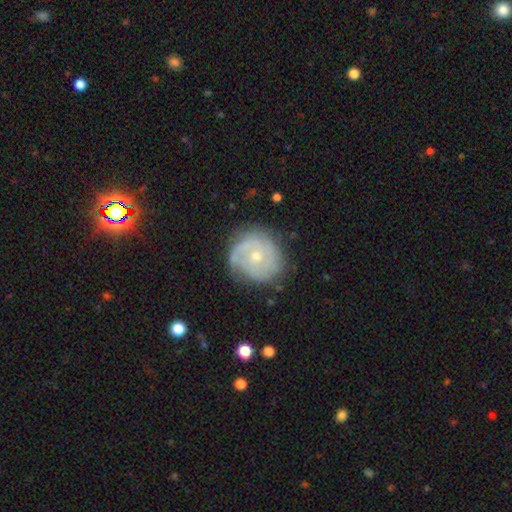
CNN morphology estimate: featured or disk 69%, smooth 24%, star or artifact 7%. Down the decision tree: edge-on disk — no (97%); bar — no (79%); spiral arms — yes (83%); spiral arm count — can't tell (37%); spiral winding — tight (61%); bulge size — small (55%); merging — none (71%).